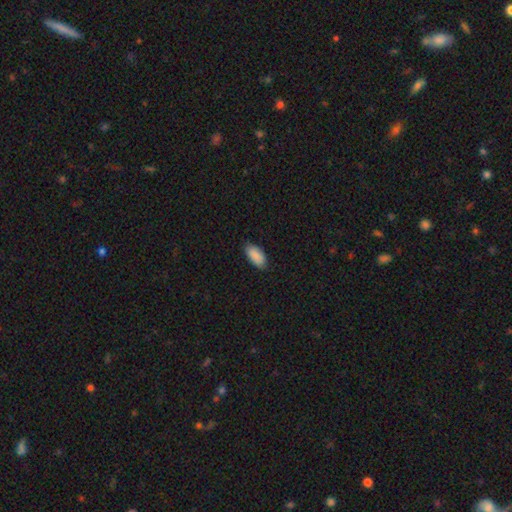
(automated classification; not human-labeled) The model was most divided on "merging": none: 85%, minor disturbance: 12%, major disturbance: 2%, merger: 1%. More confident: how rounded — in between (93%); smooth or featured — smooth (90%).